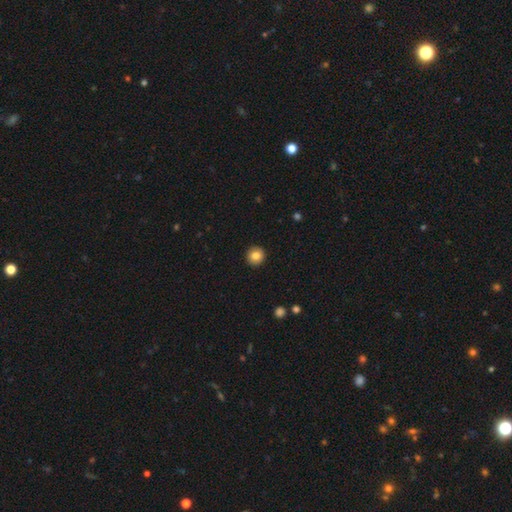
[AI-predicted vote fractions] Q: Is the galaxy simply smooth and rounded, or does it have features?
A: smooth — 84%.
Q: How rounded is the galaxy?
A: round — 93%.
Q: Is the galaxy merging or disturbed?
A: none — 93%.